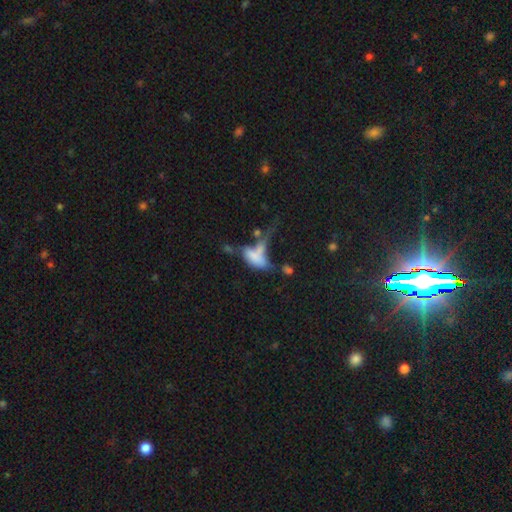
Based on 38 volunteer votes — smooth-or-featured: smooth: 63% | featured or disk: 26% | star or artifact: 11%
  how-rounded: in between: 79% | cigar-shaped: 17% | round: 4%
  merging: major disturbance: 47% | merger: 38% | minor disturbance: 9% | none: 6%